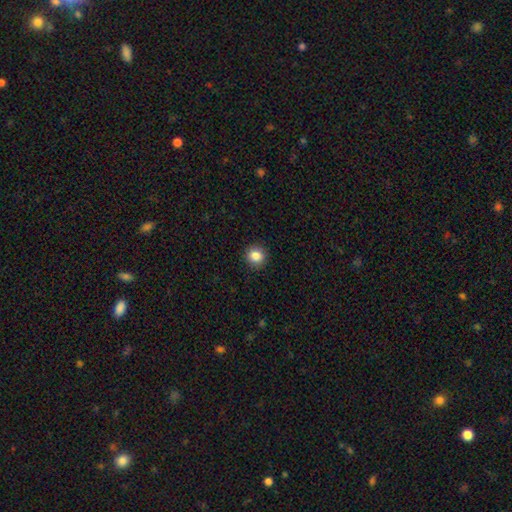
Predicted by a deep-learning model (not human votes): This is clearly a smooth galaxy (85%). How rounded: clearly round (92%). Merging: clearly none (91%).